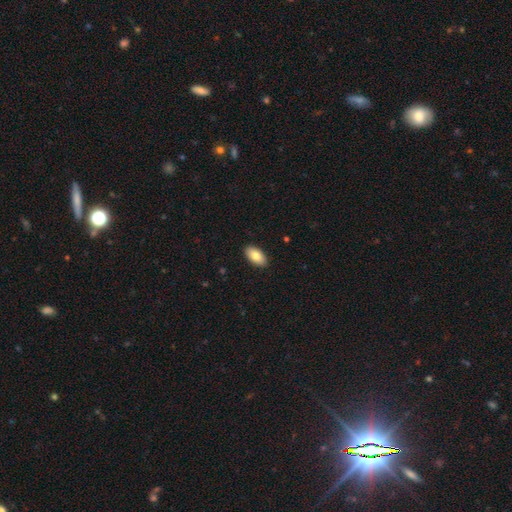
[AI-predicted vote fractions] This appears to be a smooth galaxy with no disk features (84%) that is in between round and cigar-shaped (95%). Merging: none (90%).